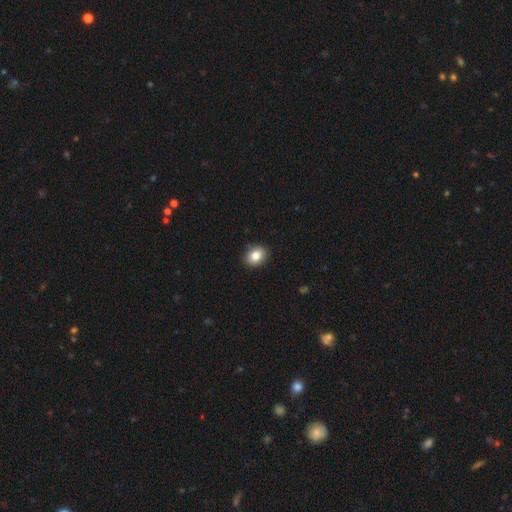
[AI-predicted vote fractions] A smooth galaxy with no disk features (83%) that is in between round and cigar-shaped (60%). Merging: none (89%).